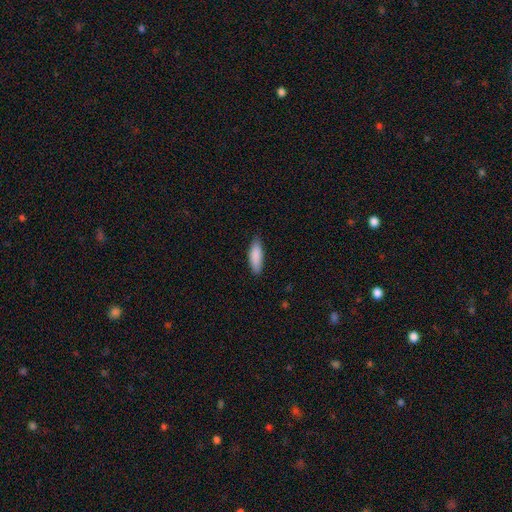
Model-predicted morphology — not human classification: Q: Smooth or featured?
A: smooth (88%); runner-up: featured or disk (6%)
Q: How rounded?
A: in between (58%); runner-up: cigar-shaped (40%)
Q: Merging?
A: none (82%); runner-up: minor disturbance (14%)